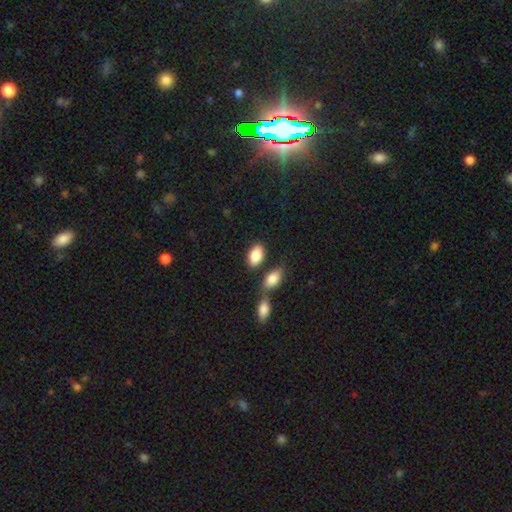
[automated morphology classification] This appears to be a smooth galaxy with no disk features (87%) that is in between round and cigar-shaped (92%). Merging: none (68%).